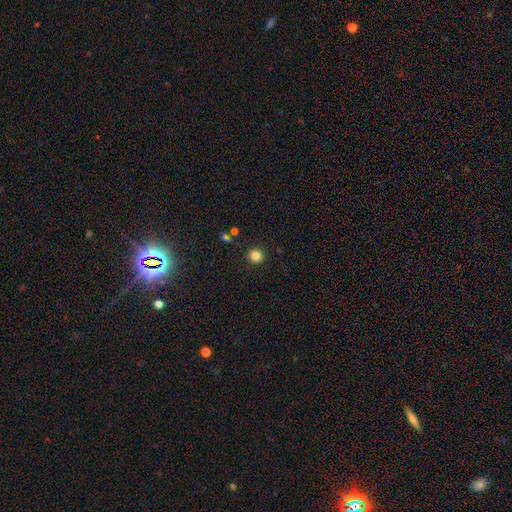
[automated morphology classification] A smooth galaxy with no disk features (83%) that is round (91%).

Vote fractions:
- Smooth or featured? smooth: 83% / star or artifact: 12% / featured or disk: 5%
- How rounded? round: 91% / in between: 8% / cigar-shaped: 1%
- Merging? none: 90% / minor disturbance: 6% / major disturbance: 2% / merger: 2%